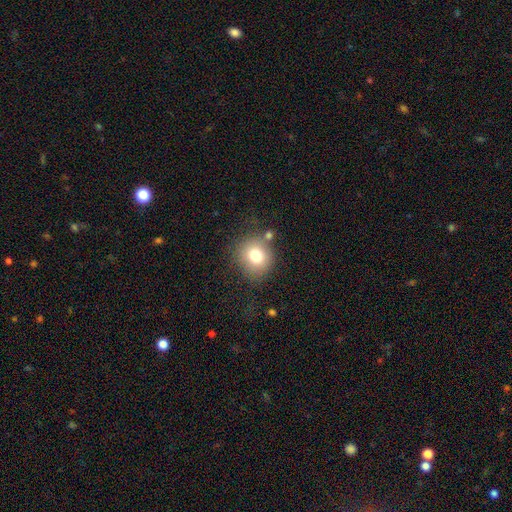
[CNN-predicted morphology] smooth-or-featured: smooth: 76% | featured or disk: 12% | star or artifact: 12%
  how-rounded: round: 86% | in between: 13% | cigar-shaped: 1%
  merging: none: 74% | minor disturbance: 13% | merger: 7% | major disturbance: 6%